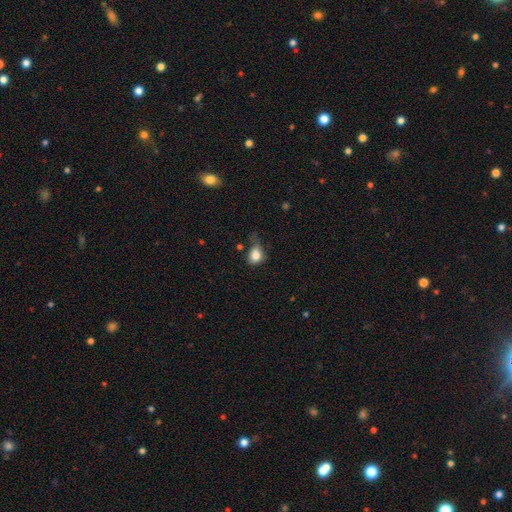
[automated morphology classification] A smooth galaxy with no disk features (81%) that is in between round and cigar-shaped (54%). Merging: minor disturbance (36%).